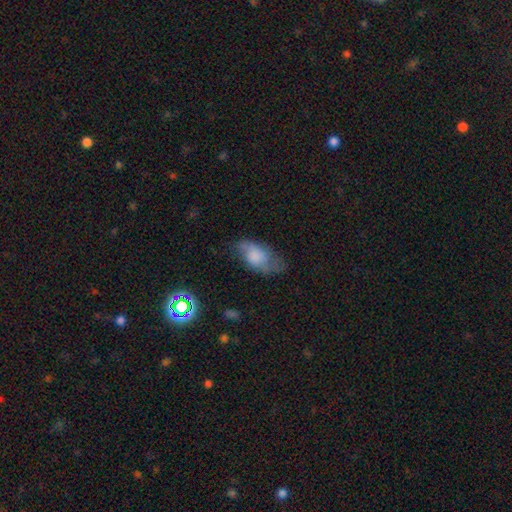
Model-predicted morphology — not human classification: A smooth galaxy with no disk features (56%) that is in between round and cigar-shaped (90%).

Vote fractions:
- Smooth or featured? smooth: 56% / featured or disk: 34% / star or artifact: 9%
- How rounded? in between: 90% / round: 6% / cigar-shaped: 4%
- Merging? none: 48% / minor disturbance: 31% / major disturbance: 19% / merger: 2%